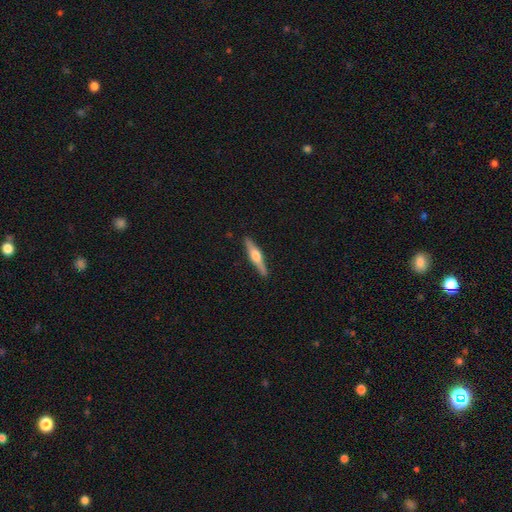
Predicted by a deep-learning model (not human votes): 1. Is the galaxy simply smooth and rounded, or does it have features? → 64% featured or disk, 31% smooth, 5% star or artifact.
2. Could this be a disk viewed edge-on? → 97% yes, 3% no.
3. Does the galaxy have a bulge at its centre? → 93% rounded, 4% boxy, 3% none.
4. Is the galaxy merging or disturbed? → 90% none, 7% minor disturbance, 1% major disturbance, 1% merger.